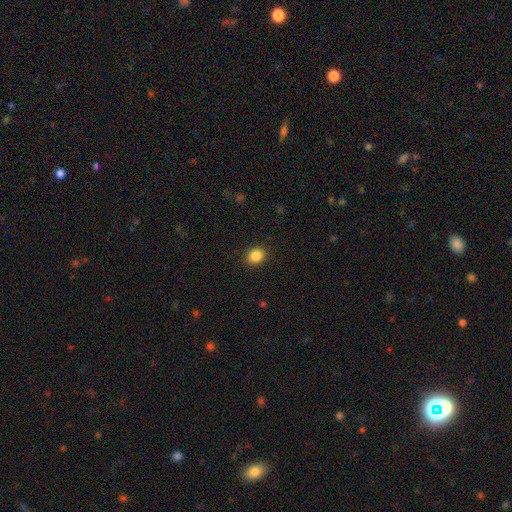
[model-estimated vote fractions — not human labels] A smooth galaxy with no disk features (86%) that is round (67%).

Vote fractions:
- Smooth or featured? smooth: 86% / star or artifact: 10% / featured or disk: 4%
- How rounded? round: 67% / in between: 32% / cigar-shaped: 1%
- Merging? none: 90% / minor disturbance: 7% / major disturbance: 2% / merger: 1%